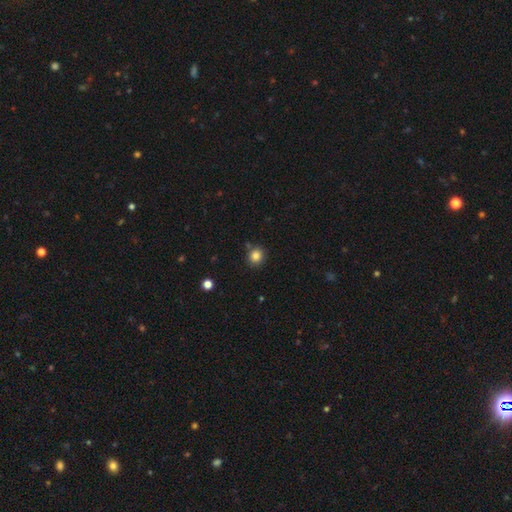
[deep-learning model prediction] Smooth or featured? smooth (84%)
How rounded? round (86%)
Merging? none (82%)